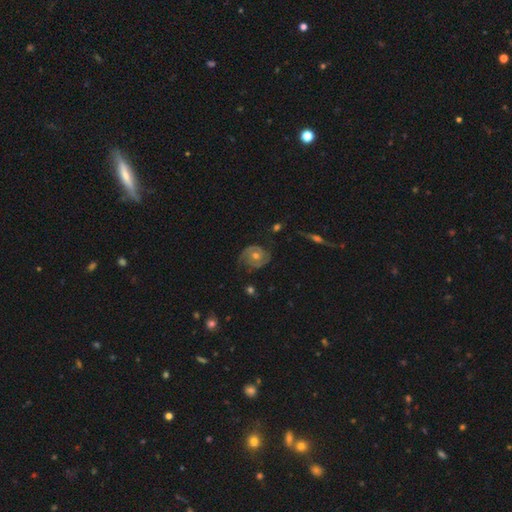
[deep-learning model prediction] Smooth or featured: featured or disk — 77% (smooth — 15%)
Edge-on disk: no — 96% (yes — 4%)
Bar: no — 79% (weak — 17%)
Spiral arms: yes — 91% (no — 9%)
Spiral winding: tight — 59% (medium — 31%)
Spiral arm count: 2 — 59% (can't tell — 19%)
Bulge size: moderate — 65% (small — 30%)
Merging: none — 72% (minor disturbance — 19%)